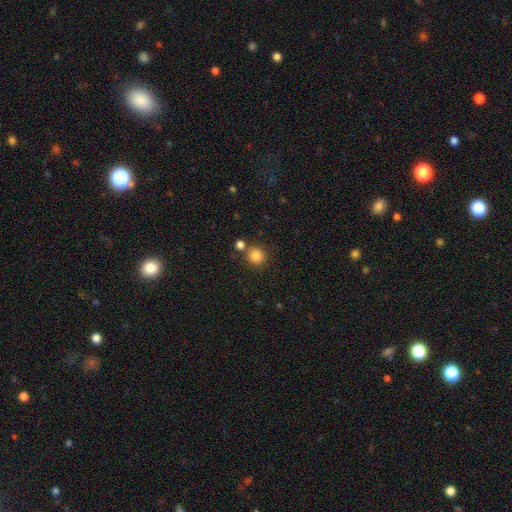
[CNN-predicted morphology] This appears to be a smooth galaxy with no disk features (84%) that is round (91%). Merging: none (74%).